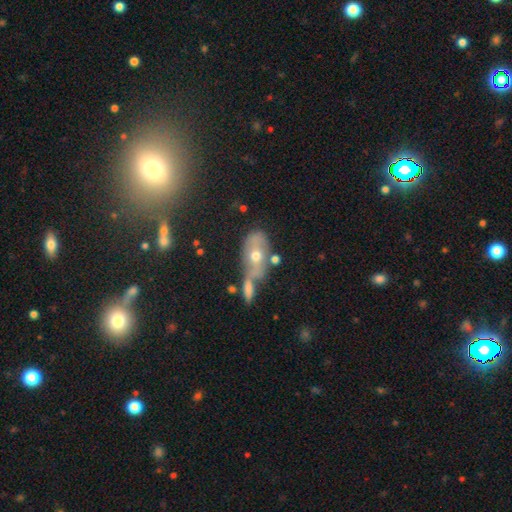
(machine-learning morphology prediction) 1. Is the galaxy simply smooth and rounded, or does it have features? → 48% featured or disk, 37% smooth, 16% star or artifact.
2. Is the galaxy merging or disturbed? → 35% merger, 34% none, 17% minor disturbance, 13% major disturbance.